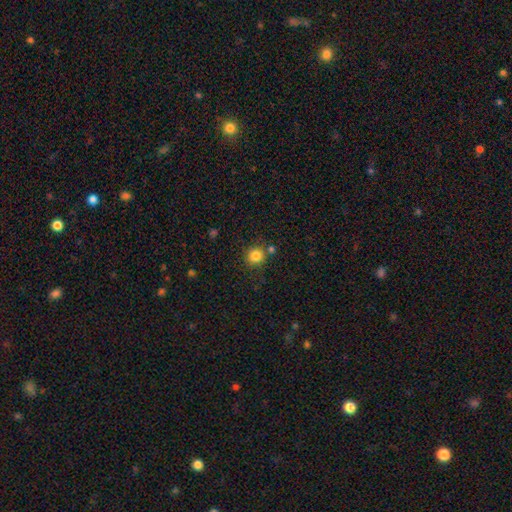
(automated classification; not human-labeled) Smooth or featured? smooth (83%)
How rounded? round (92%)
Merging? none (79%)